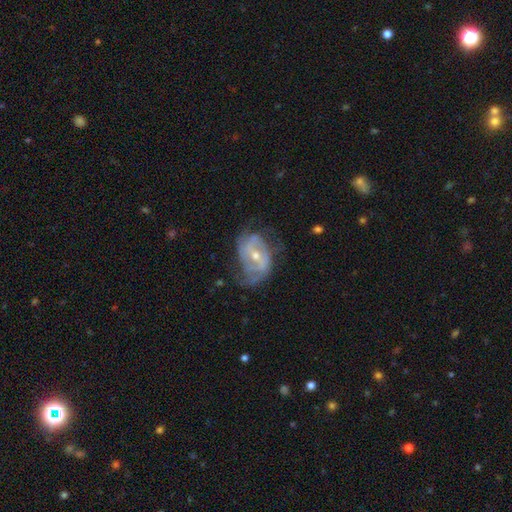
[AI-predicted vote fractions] smooth_or_featured: featured or disk (p=0.80) [alt: smooth p=0.13]
disk_edge_on: no (p=0.96) [alt: yes p=0.04]
bar: weak (p=0.44) [alt: no p=0.35]
has_spiral_arms: yes (p=0.82) [alt: no p=0.18]
spiral_winding: medium (p=0.39) [alt: tight p=0.37]
spiral_arm_count: 2 (p=0.49) [alt: can't tell p=0.30]
bulge_size: moderate (p=0.51) [alt: small p=0.46]
merging: none (p=0.50) [alt: minor disturbance p=0.27]